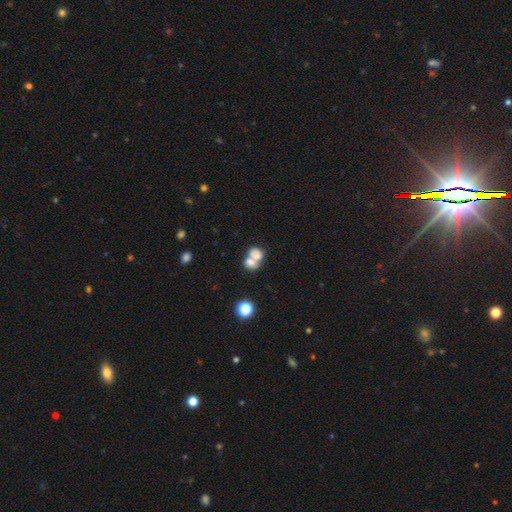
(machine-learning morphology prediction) A smooth galaxy with no disk features (62%) that is in between round and cigar-shaped (51%).

Vote fractions:
- Smooth or featured? smooth: 62% / featured or disk: 27% / star or artifact: 11%
- How rounded? in between: 51% / round: 48% / cigar-shaped: 1%
- Merging? merger: 70% / none: 19% / minor disturbance: 7% / major disturbance: 5%